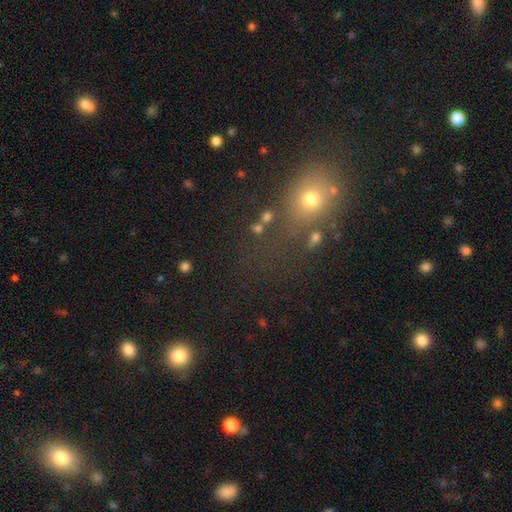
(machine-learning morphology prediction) A smooth galaxy with no disk features (55%) that is round (59%). Merging: none (68%).